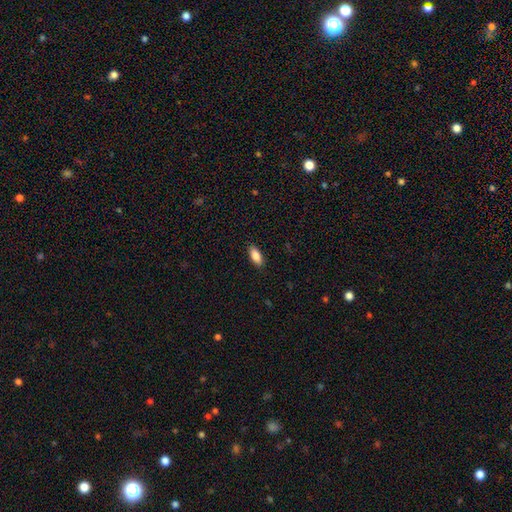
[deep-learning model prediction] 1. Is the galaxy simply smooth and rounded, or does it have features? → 88% smooth, 7% star or artifact, 6% featured or disk.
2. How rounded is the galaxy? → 83% in between, 15% cigar-shaped, 2% round.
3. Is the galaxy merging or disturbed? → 89% none, 8% minor disturbance, 2% major disturbance, 1% merger.